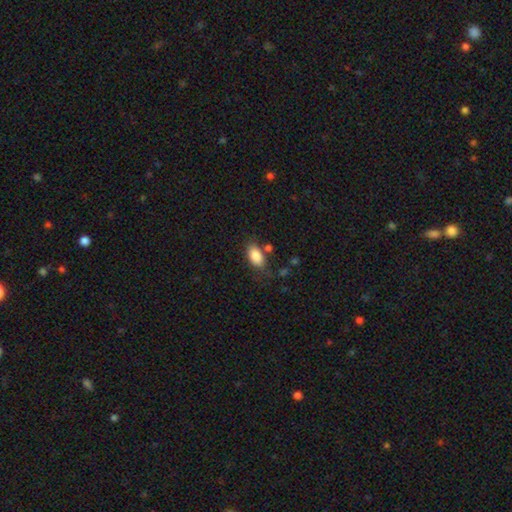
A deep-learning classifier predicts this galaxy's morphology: Smooth or featured: smooth — 87% (star or artifact — 8%)
How rounded: in between — 92% (round — 6%)
Merging: none — 69% (minor disturbance — 17%)